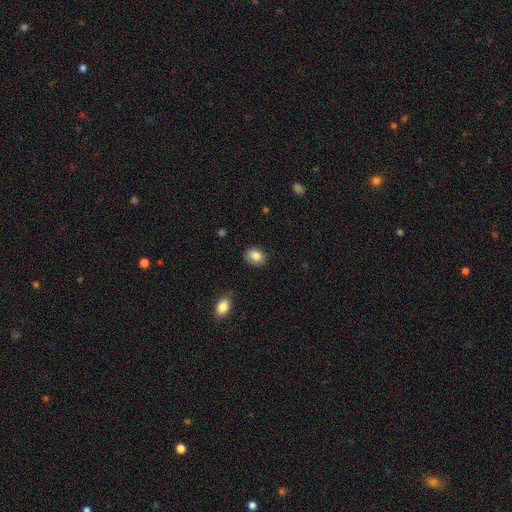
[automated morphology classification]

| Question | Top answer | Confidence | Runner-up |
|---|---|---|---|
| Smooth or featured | smooth | 85% | star or artifact (8%) |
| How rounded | in between | 60% | round (39%) |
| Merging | none | 84% | minor disturbance (12%) |